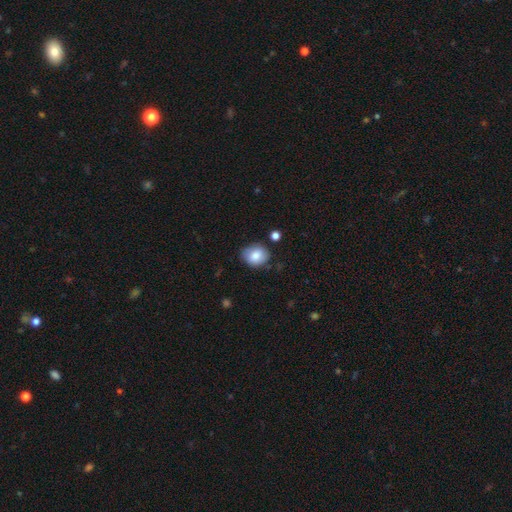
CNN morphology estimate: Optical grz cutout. It shows a smooth galaxy with no disk features (82%) that is round (55%). Merging: none (76%).